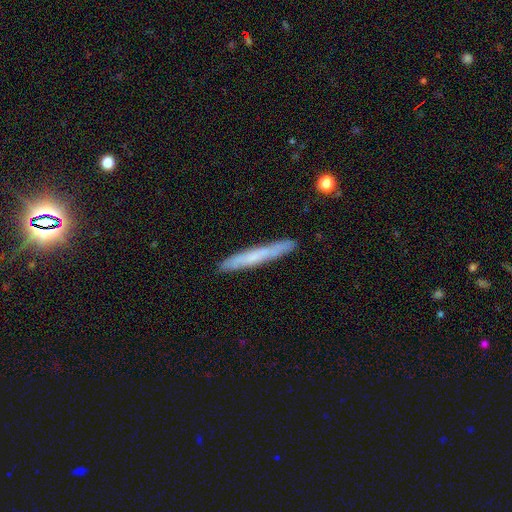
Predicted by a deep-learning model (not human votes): This is possibly a smooth galaxy (56%). How rounded: clearly cigar-shaped (96%). Merging: clearly none (88%).